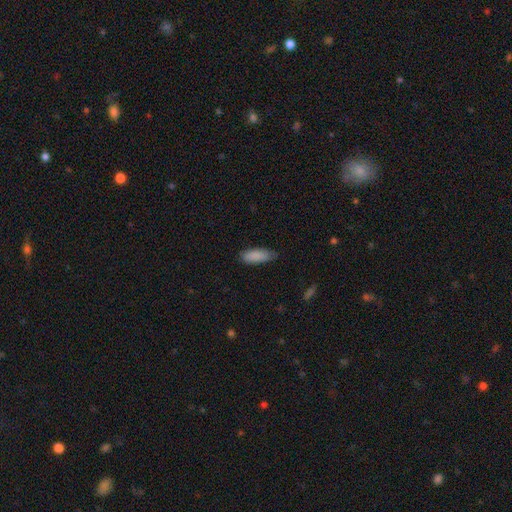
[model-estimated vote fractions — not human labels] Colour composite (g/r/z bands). It shows a smooth galaxy with no disk features (88%) that is in between round and cigar-shaped (70%). Merging: none (72%).